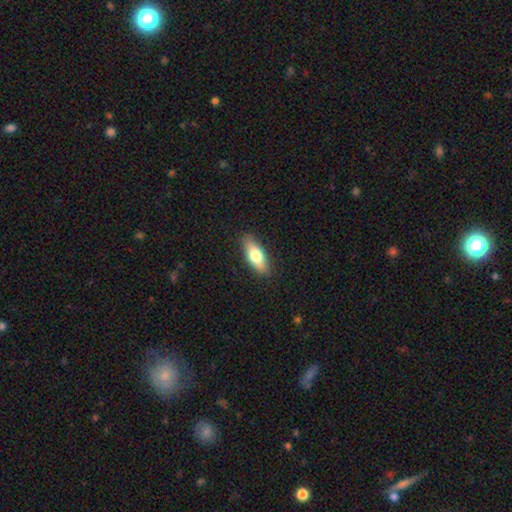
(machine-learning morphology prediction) smooth 69%, featured or disk 25%, star or artifact 6%. Down the decision tree: how rounded — in between (68%); merging — none (87%).